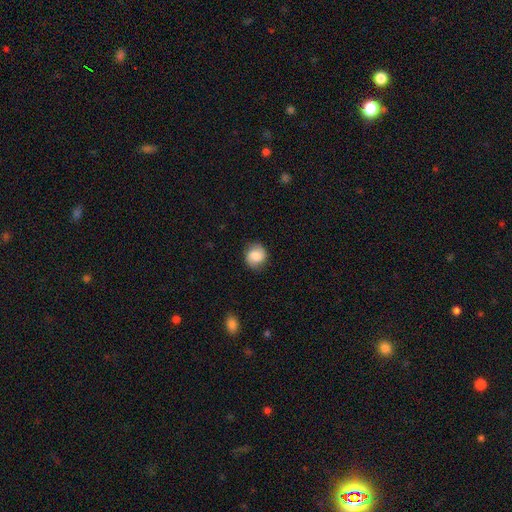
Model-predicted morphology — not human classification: Smooth or featured? Predicted: smooth (p=0.68). How rounded? Predicted: round (p=0.81). Merging? Predicted: none (p=0.82).